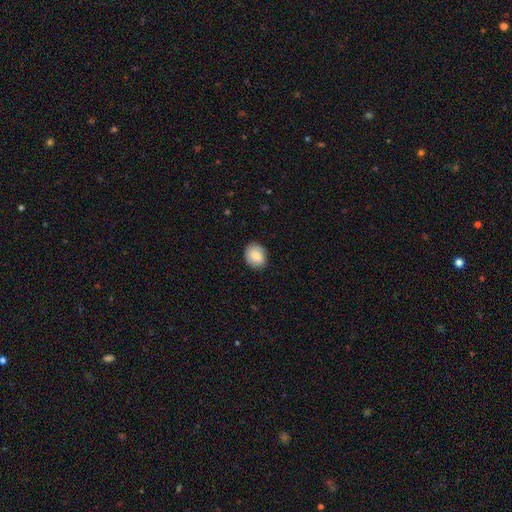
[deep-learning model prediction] The model was most divided on "how rounded": round: 61%, in between: 38%, cigar-shaped: 1%. More confident: merging — none (87%); smooth or featured — smooth (82%).